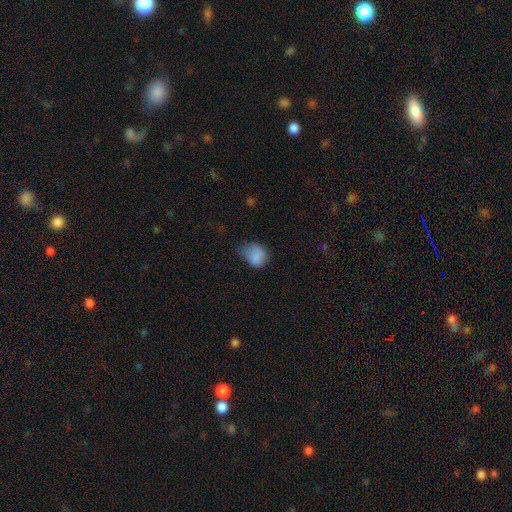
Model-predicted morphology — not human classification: The model was most divided on "how rounded": round: 52%, in between: 47%, cigar-shaped: 1%. Remaining: smooth or featured — smooth (83%); merging — minor disturbance (43%).